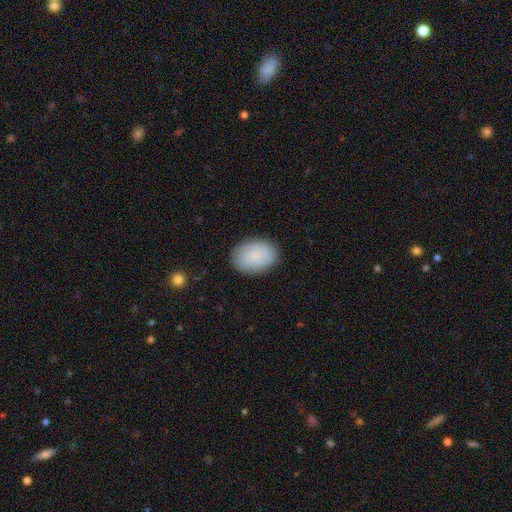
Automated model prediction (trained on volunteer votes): A smooth galaxy with no disk features (74%) that is in between round and cigar-shaped (76%). Merging: none (84%).